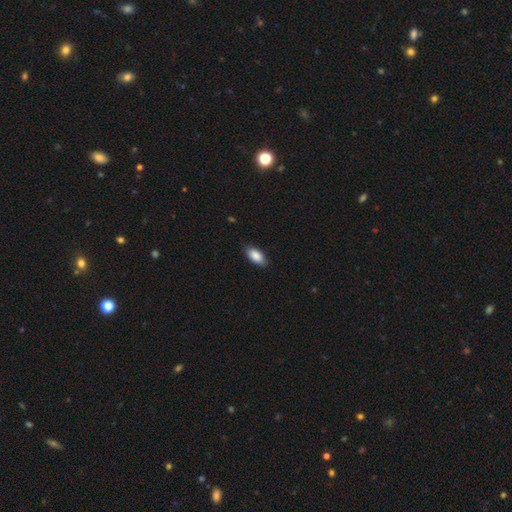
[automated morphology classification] Smooth or featured? Predicted: smooth (p=0.87). How rounded? Predicted: in between (p=0.91). Merging? Predicted: none (p=0.85).